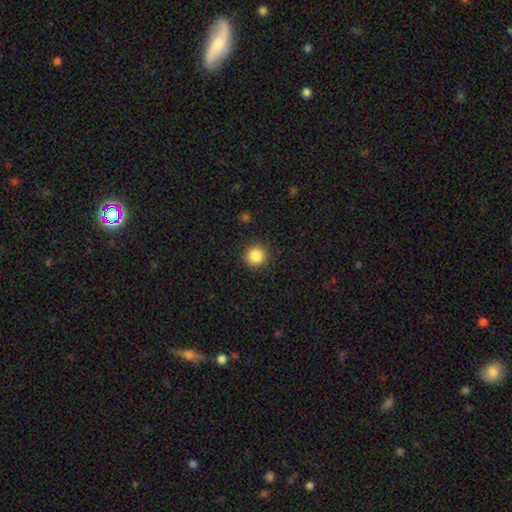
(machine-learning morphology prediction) This is clearly a smooth galaxy (85%). How rounded: clearly round (94%). Merging: clearly none (91%).